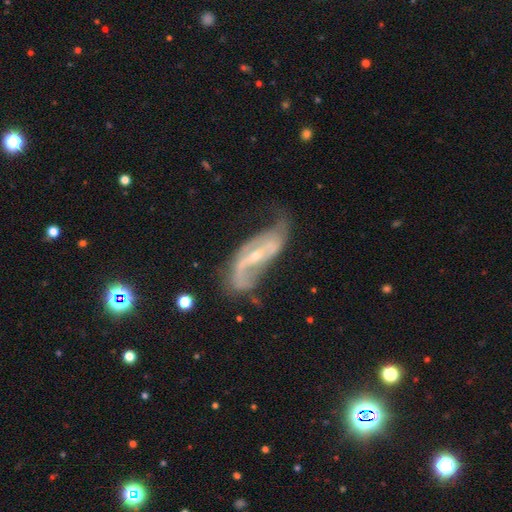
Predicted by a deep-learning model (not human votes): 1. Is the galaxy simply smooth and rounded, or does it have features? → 85% featured or disk, 9% smooth, 6% star or artifact.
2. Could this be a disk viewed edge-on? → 89% no, 11% yes.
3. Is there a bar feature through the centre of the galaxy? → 45% strong, 33% weak, 21% no.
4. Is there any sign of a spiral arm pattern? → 91% yes, 9% no.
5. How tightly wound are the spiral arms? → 56% loose, 31% medium, 14% tight.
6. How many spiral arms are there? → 82% 2, 7% can't tell, 7% 1, 1% 3, 1% 4, 1% more than 4.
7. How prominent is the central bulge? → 67% small, 29% moderate, 2% none, 1% large, 1% dominant.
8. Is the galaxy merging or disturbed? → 45% none, 29% minor disturbance, 22% major disturbance, 4% merger.